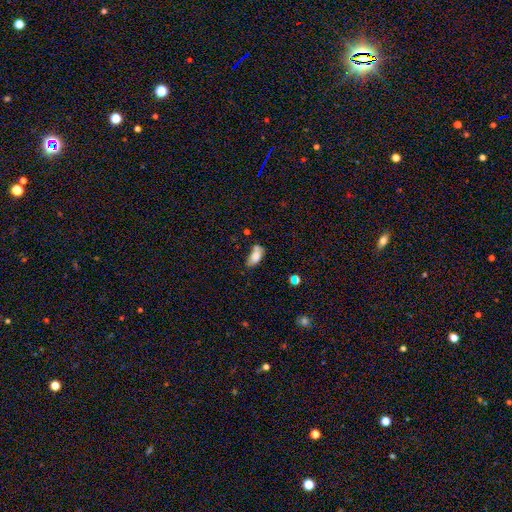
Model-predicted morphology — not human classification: type=smooth (76%); roundness=in between (88%); merging=none (40%).